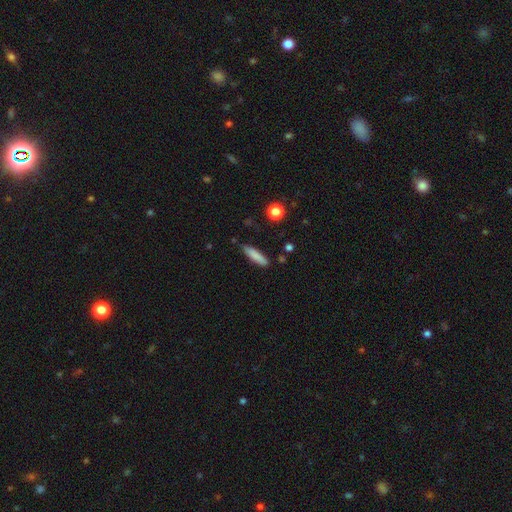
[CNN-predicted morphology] This appears to be a smooth galaxy with no disk features (82%) that is cigar-shaped (78%). Merging: none (82%).